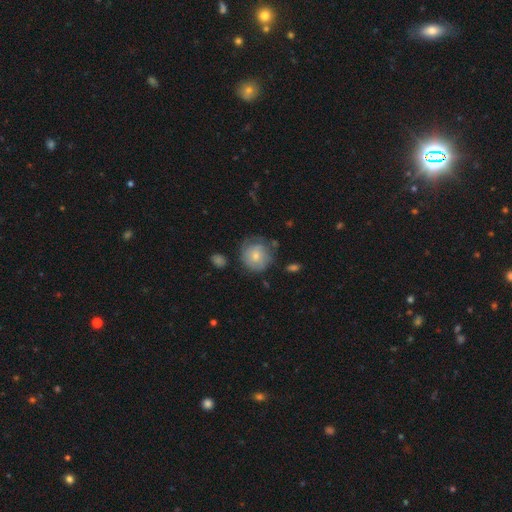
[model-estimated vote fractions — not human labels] The model was most divided on "smooth or featured": smooth: 62%, featured or disk: 31%, star or artifact: 7%. More confident: how rounded — round (88%); merging — none (58%).